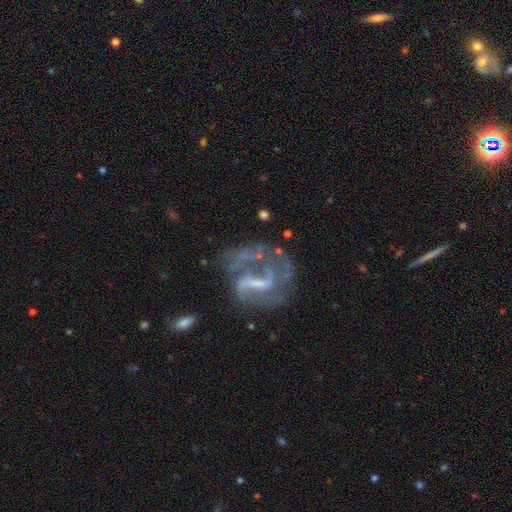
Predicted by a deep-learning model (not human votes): featured or disk 75%, star or artifact 15%, smooth 11%. Down the decision tree: edge-on disk — no (96%); bar — weak (42%); spiral arms — yes (75%); spiral arm count — 2 (41%); spiral winding — medium (43%); bulge size — small (44%); merging — none (50%).